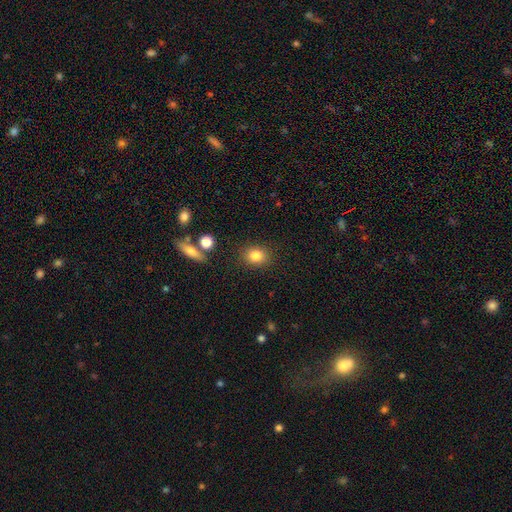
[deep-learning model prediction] Q: Smooth or featured?
A: smooth (83%); runner-up: star or artifact (11%)
Q: How rounded?
A: round (62%); runner-up: in between (37%)
Q: Merging?
A: none (85%); runner-up: minor disturbance (9%)